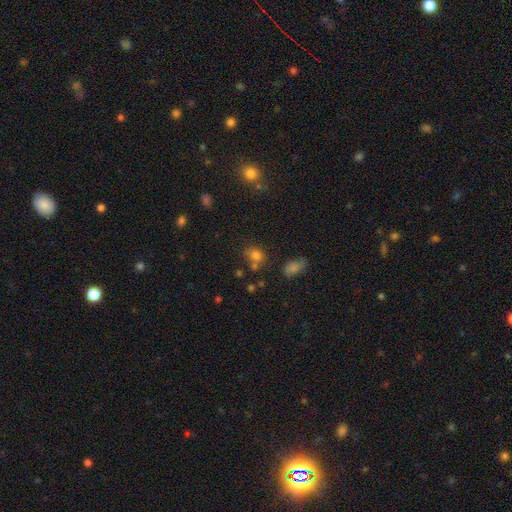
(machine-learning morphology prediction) This is likely a smooth galaxy (72%). How rounded: likely round (66%). Merging: possibly none (54%).